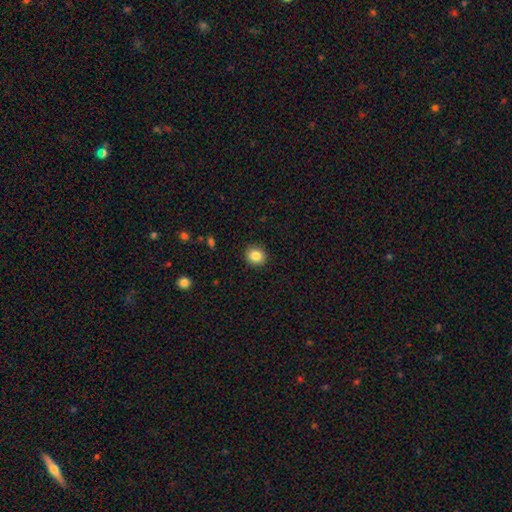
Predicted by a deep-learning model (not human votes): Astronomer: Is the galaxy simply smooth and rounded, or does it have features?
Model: smooth — 85%.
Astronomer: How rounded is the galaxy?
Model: round — 84%.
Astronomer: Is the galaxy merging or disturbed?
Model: none — 91%.